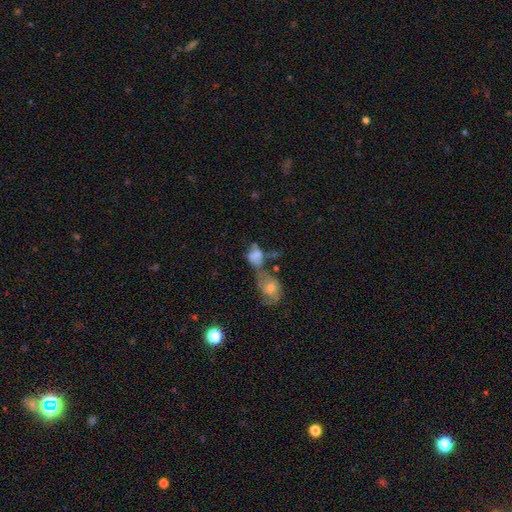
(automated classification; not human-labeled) Morphology: type=smooth (55%); roundness=in between (77%); merging=merger (65%).